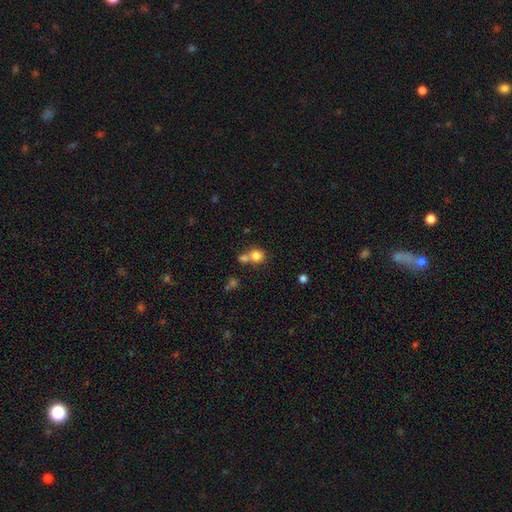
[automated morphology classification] This is likely a smooth galaxy (79%). How rounded: clearly round (85%). Merging: marginally merger (44%, tied with none).